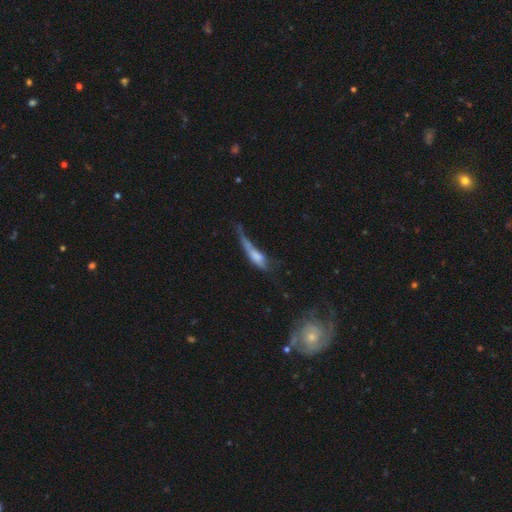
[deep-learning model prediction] Overall: smooth (57%; featured or disk 33%). How rounded: cigar-shaped (67%; in between 29%). Merging: major disturbance (42%; minor disturbance 26%).